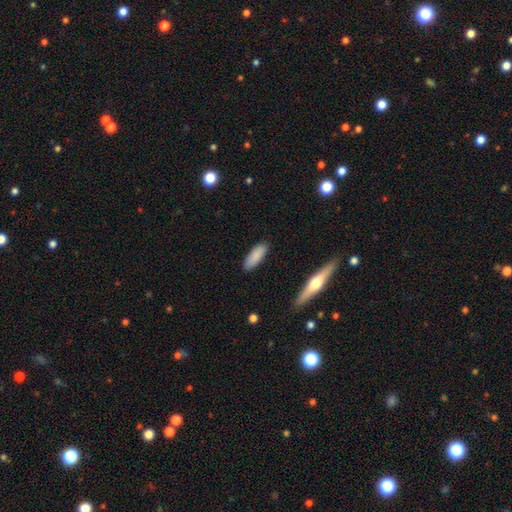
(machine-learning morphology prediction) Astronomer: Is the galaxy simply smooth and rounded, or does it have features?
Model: smooth — 86%.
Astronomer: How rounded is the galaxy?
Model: in between — 62%.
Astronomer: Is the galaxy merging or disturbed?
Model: none — 88%.